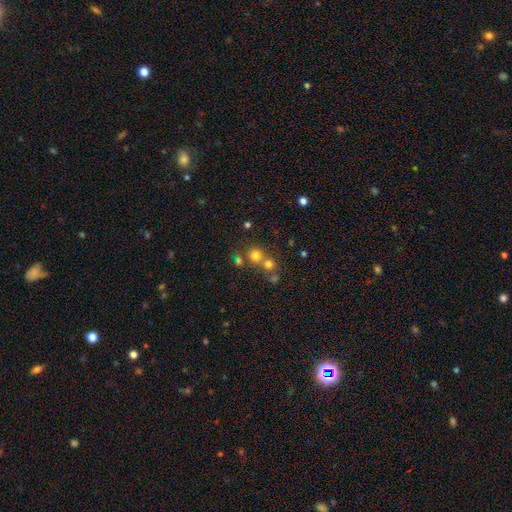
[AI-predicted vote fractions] The model was most divided on "merging": none: 58%, merger: 33%, minor disturbance: 6%, major disturbance: 3%. More confident: how rounded — round (89%); smooth or featured — smooth (72%).